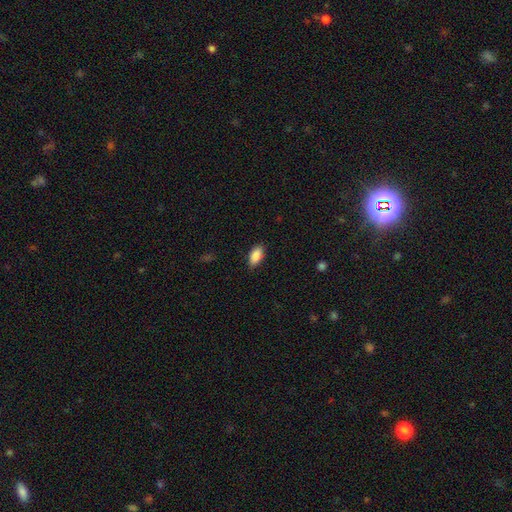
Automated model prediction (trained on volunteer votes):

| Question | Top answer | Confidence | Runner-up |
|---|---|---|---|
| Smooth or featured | smooth | 89% | star or artifact (7%) |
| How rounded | in between | 92% | cigar-shaped (6%) |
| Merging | none | 86% | minor disturbance (11%) |